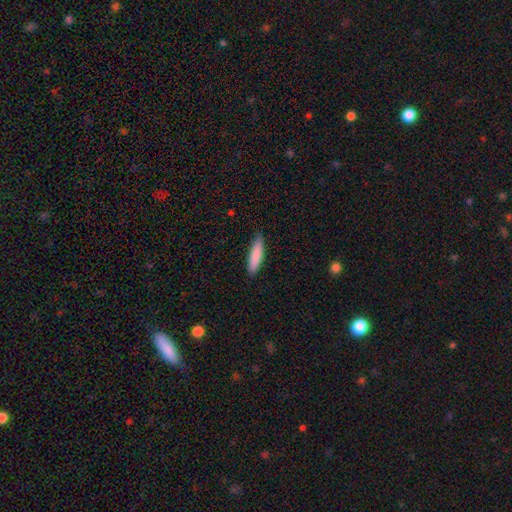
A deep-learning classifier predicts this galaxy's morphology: smooth-or-featured: smooth: 85% | featured or disk: 9% | star or artifact: 6%
  how-rounded: cigar-shaped: 73% | in between: 26% | round: 1%
  merging: none: 84% | minor disturbance: 13% | major disturbance: 2% | merger: 1%